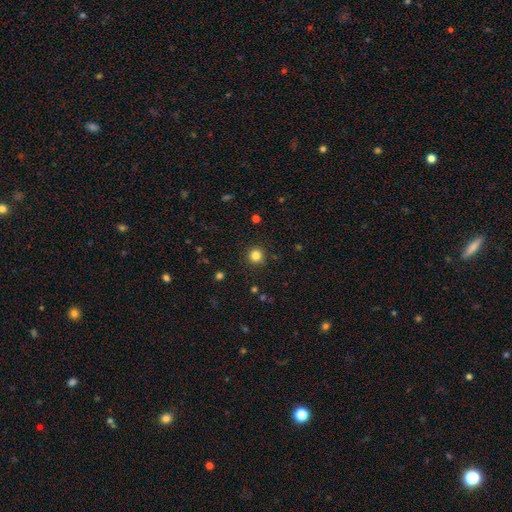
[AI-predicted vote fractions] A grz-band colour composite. It shows a smooth galaxy with no disk features (83%) that is round (94%). Merging: none (90%).